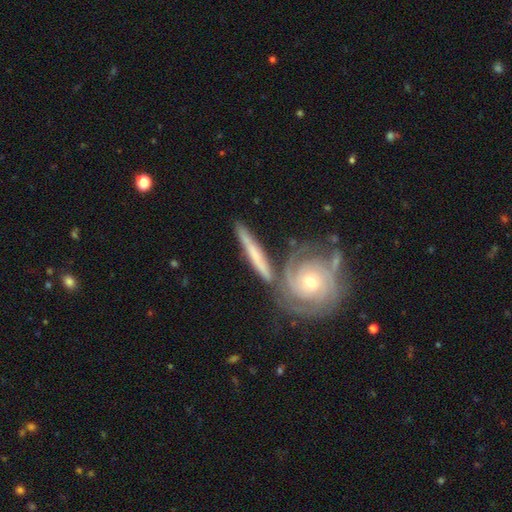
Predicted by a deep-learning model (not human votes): This is likely a featured or disk galaxy (70%). It is possibly not viewed edge-on (52%). Merging: likely none (67%).